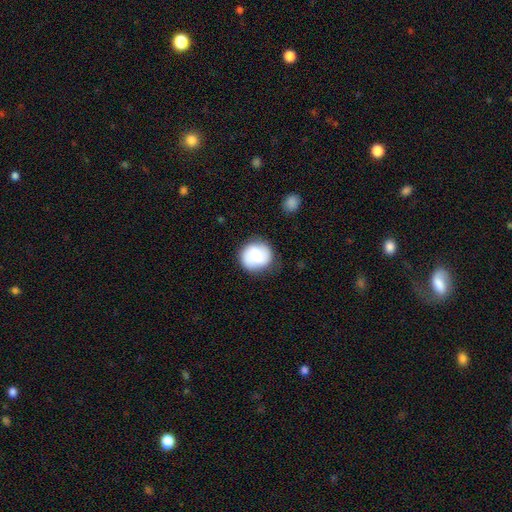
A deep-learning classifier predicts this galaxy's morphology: Smooth or featured? Predicted: smooth (p=0.59). How rounded? Predicted: round (p=0.88). Merging? Predicted: none (p=0.82).